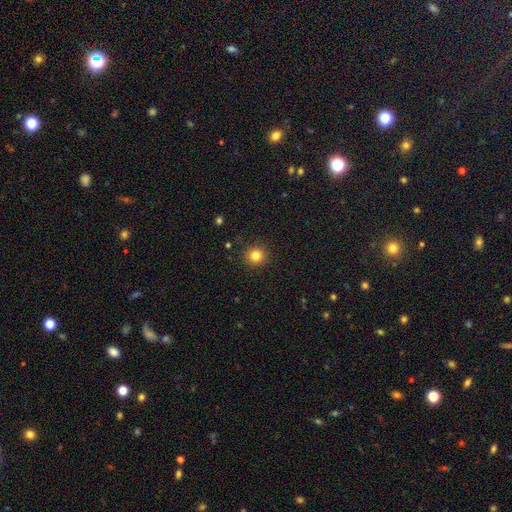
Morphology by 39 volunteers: Volunteers were most divided on "smooth or featured": smooth: 85%, star or artifact: 10%, featured or disk: 5%. More confident: how rounded — round (100%); merging — none (91%).